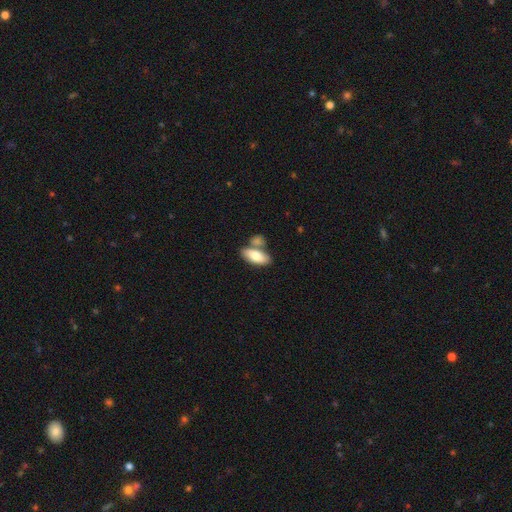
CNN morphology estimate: type=smooth (77%); roundness=in between (86%); merging=none (51%).